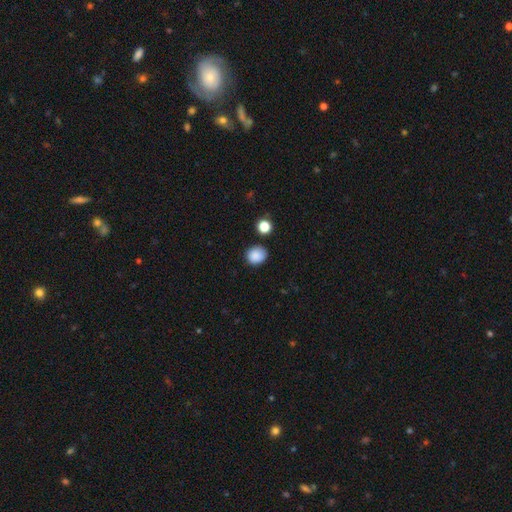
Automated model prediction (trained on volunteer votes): smooth 87%, star or artifact 10%, featured or disk 4%. Down the decision tree: how rounded — round (71%); merging — none (78%).